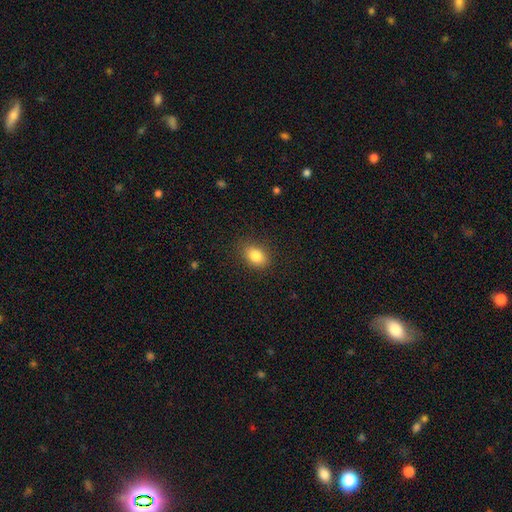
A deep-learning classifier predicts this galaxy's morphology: Smooth or featured?
  - smooth: 83% *
  - star or artifact: 9%
  - featured or disk: 7%
How rounded?
  - in between: 77% *
  - round: 22%
  - cigar-shaped: 1%
Merging?
  - none: 85% *
  - minor disturbance: 11%
  - major disturbance: 3%
  - merger: 1%